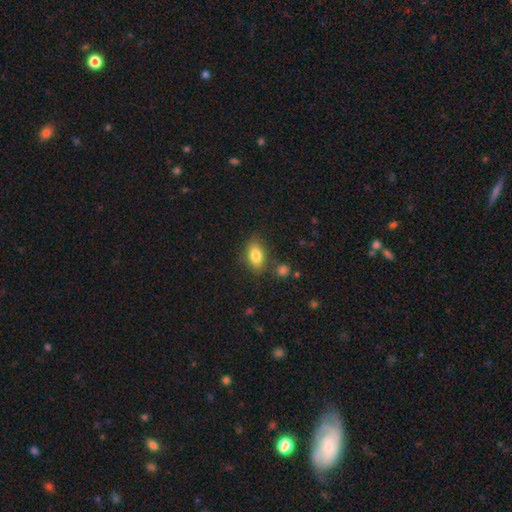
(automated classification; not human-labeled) Morphology: type=smooth (82%); roundness=in between (88%); merging=none (77%).